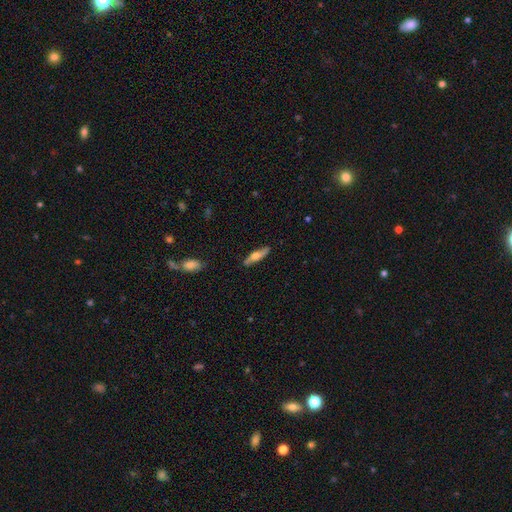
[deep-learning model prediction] Smooth or featured? Predicted: smooth (p=0.49). Merging? Predicted: none (p=0.82).